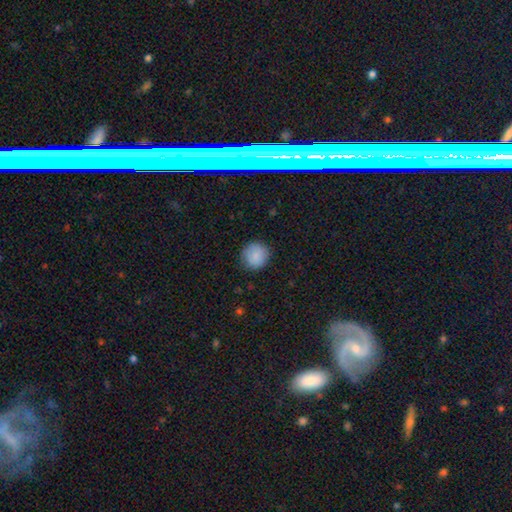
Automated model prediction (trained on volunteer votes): This appears to be a smooth galaxy with no disk features (87%) that is round (92%). Merging: none (86%).